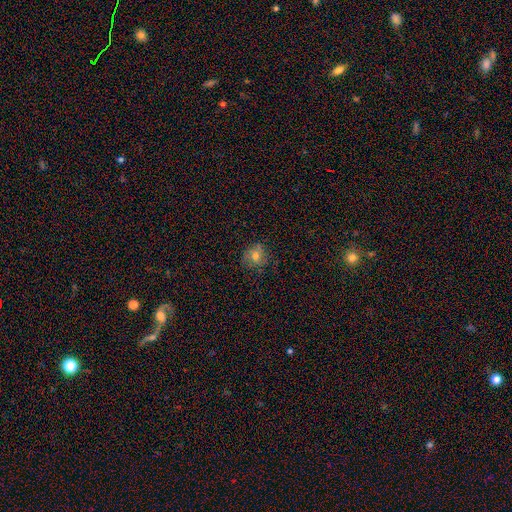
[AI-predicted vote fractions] Morphology: type=smooth (65%); roundness=round (82%); merging=none (77%).